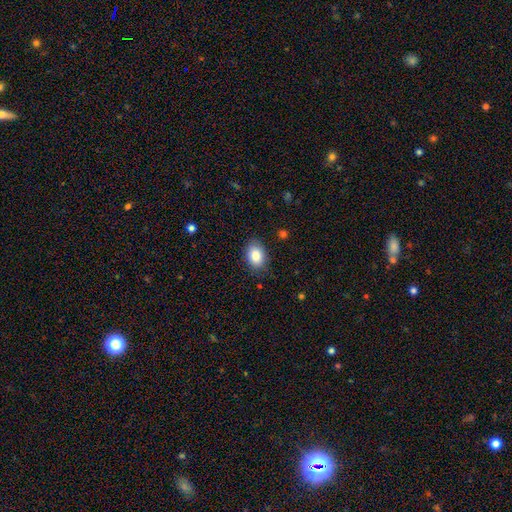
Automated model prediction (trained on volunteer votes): Morphology: type=smooth (85%); roundness=in between (79%); merging=none (84%).